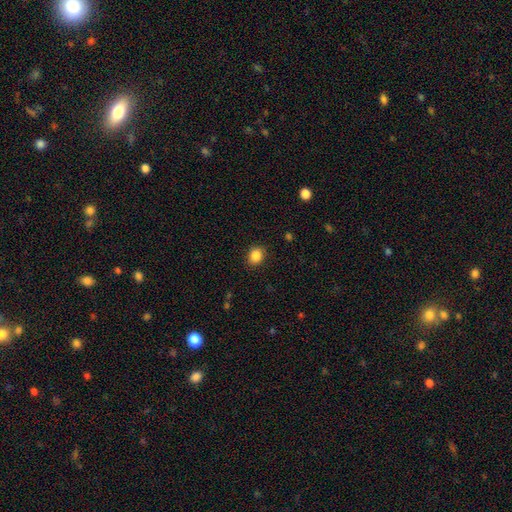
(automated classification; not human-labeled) Smooth or featured?
  - smooth: 86% *
  - star or artifact: 10%
  - featured or disk: 4%
How rounded?
  - round: 63% *
  - in between: 36%
  - cigar-shaped: 1%
Merging?
  - none: 88% *
  - minor disturbance: 8%
  - major disturbance: 2%
  - merger: 1%